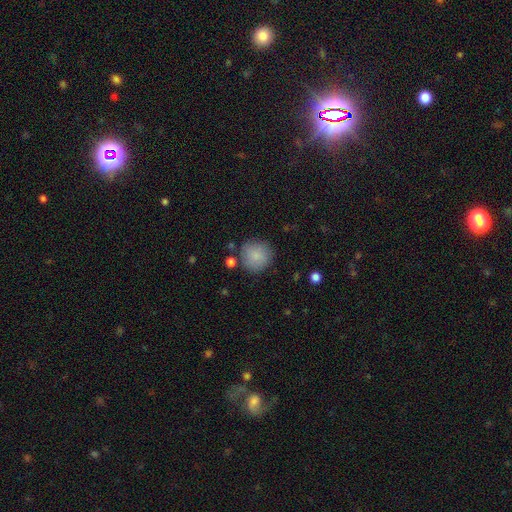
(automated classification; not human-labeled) The model was most divided on "merging": none: 80%, minor disturbance: 12%, merger: 5%, major disturbance: 4%. More confident: how rounded — round (94%); smooth or featured — smooth (86%).